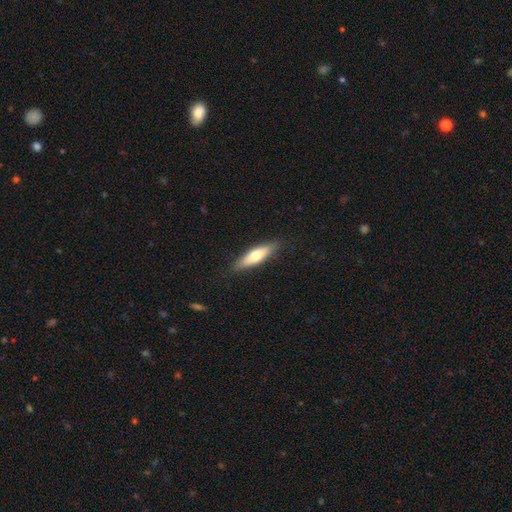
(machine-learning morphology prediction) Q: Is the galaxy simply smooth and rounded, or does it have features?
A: smooth — 60%.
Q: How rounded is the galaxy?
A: cigar-shaped — 61%.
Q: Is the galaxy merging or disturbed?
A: none — 87%.